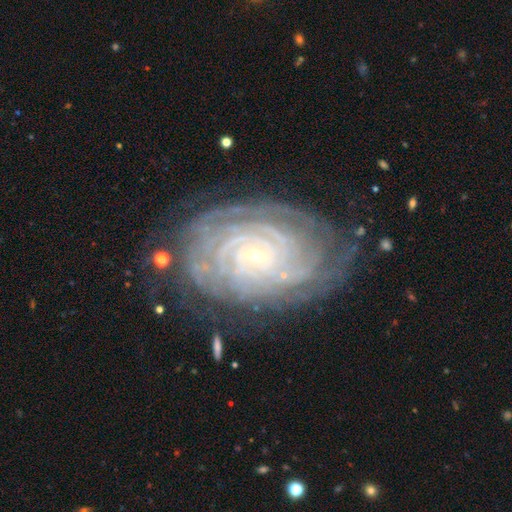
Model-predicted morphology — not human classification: This is clearly a featured or disk galaxy (88%). It is clearly not viewed edge-on (97%). Bar: likely no (66%). Spiral arm pattern: clearly yes (98%). Spiral arm count: marginally can't tell (26%). Spiral winding: clearly tight (86%). Central bulge: clearly small (87%). Merging: likely none (76%).